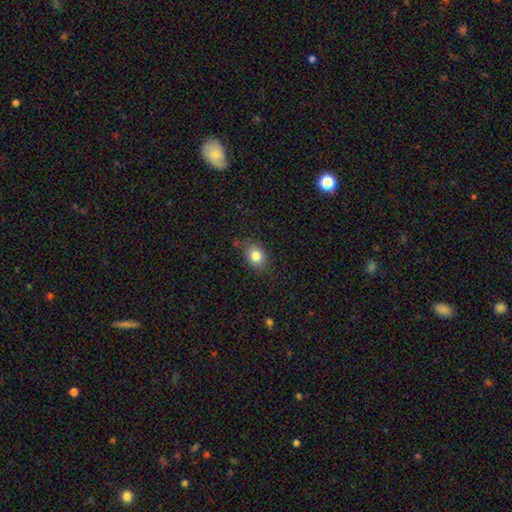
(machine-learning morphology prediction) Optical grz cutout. It shows a smooth galaxy with no disk features (82%) that is in between round and cigar-shaped (59%). Merging: none (80%).